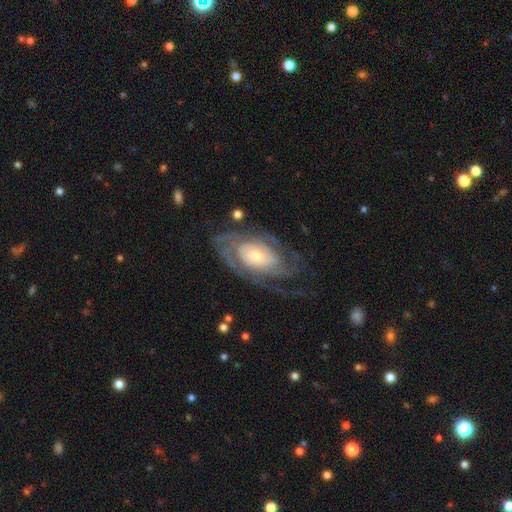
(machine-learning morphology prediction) The model was most divided on "spiral arm count": can't tell: 33%, 2: 25%, 3: 18%, 4: 11%, more than 4: 7%, 1: 6%. Remaining: edge-on disk — no (95%); spiral arms — yes (95%); smooth or featured — featured or disk (87%); bar — no (72%); merging — none (66%); spiral winding — tight (65%); bulge size — small (49%).